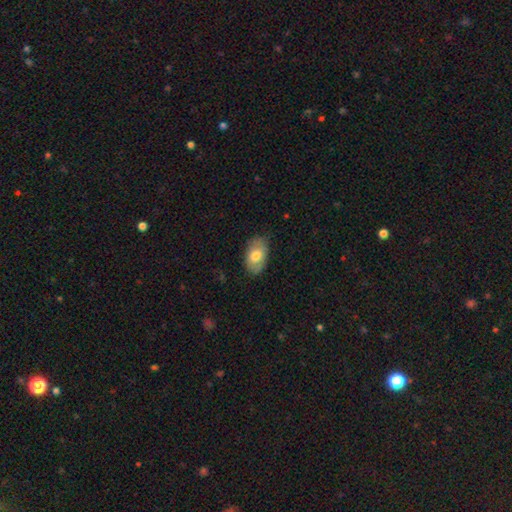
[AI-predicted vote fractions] smooth 72%, featured or disk 21%, star or artifact 6%. Down the decision tree: how rounded — in between (93%); merging — none (73%).